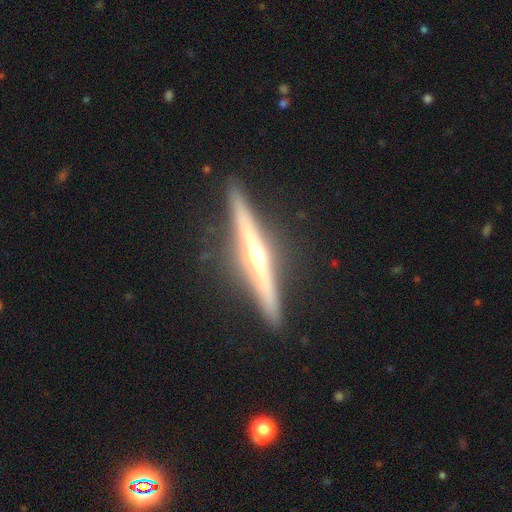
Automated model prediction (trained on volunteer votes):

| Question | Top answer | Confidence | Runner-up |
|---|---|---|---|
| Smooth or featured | featured or disk | 82% | smooth (12%) |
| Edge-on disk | yes | 98% | no (2%) |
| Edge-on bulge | rounded | 93% | none (4%) |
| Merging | none | 91% | minor disturbance (6%) |